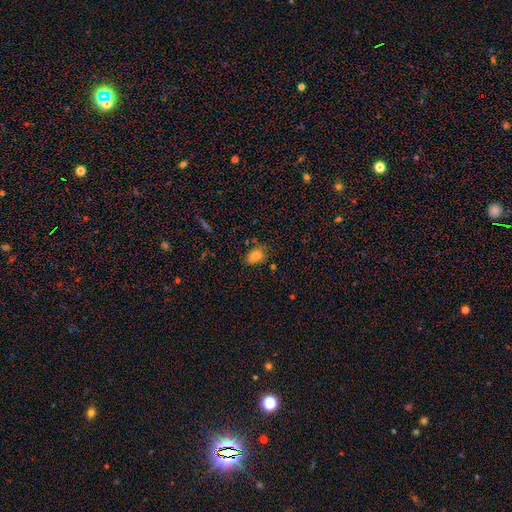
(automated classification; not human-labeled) A smooth galaxy with no disk features (78%) that is in between round and cigar-shaped (82%). Merging: none (68%).